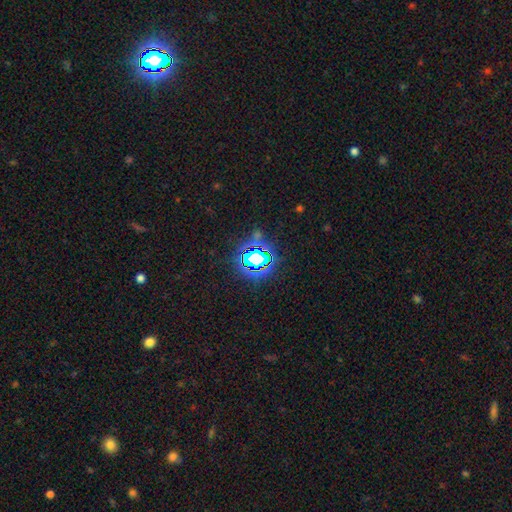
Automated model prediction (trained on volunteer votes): smooth-or-featured: star or artifact: 73% | smooth: 16% | featured or disk: 11%